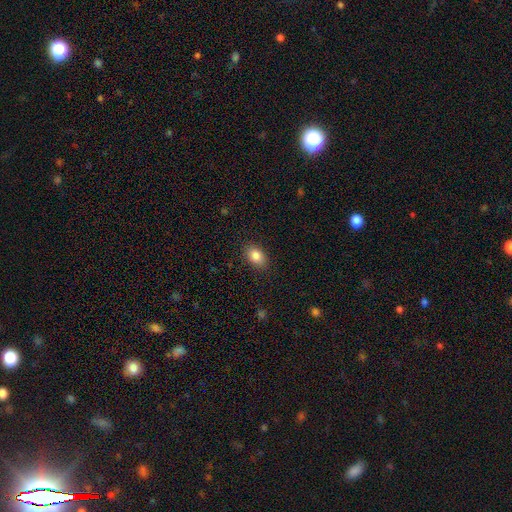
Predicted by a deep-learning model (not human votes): Smooth or featured? Predicted: smooth (p=0.85). How rounded? Predicted: in between (p=0.84). Merging? Predicted: none (p=0.87).